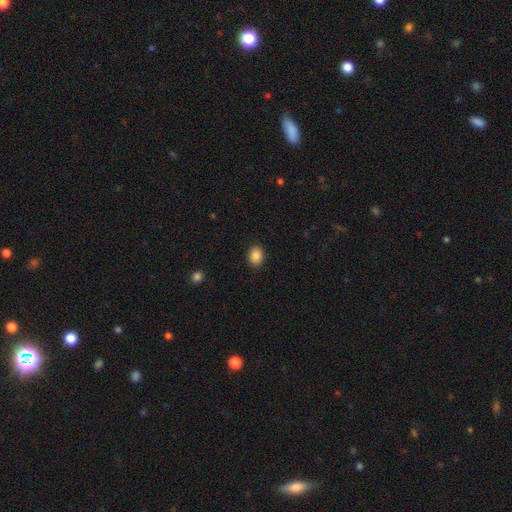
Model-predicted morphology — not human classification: Smooth or featured? smooth (87%)
How rounded? in between (60%)
Merging? none (90%)